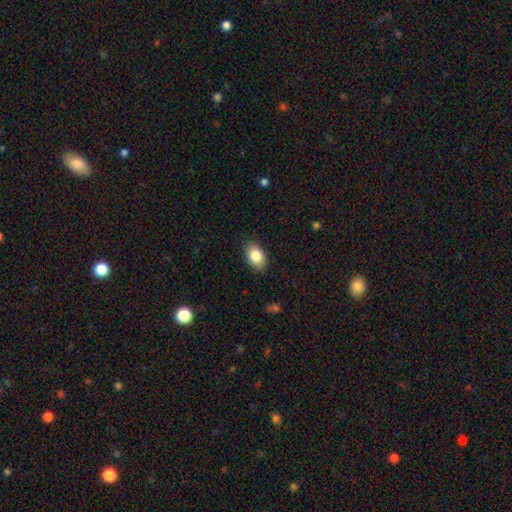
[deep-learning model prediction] A smooth galaxy with no disk features (84%) that is in between round and cigar-shaped (87%). Merging: none (87%).